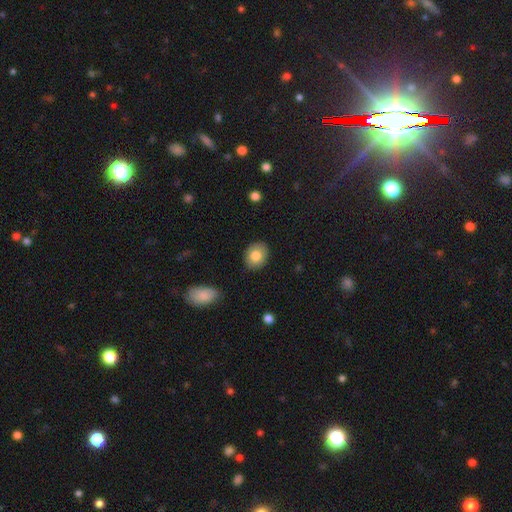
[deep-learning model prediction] smooth-or-featured: smooth: 81% | featured or disk: 11% | star or artifact: 8%
  how-rounded: round: 51% | in between: 48% | cigar-shaped: 1%
  merging: none: 87% | minor disturbance: 10% | major disturbance: 2% | merger: 1%